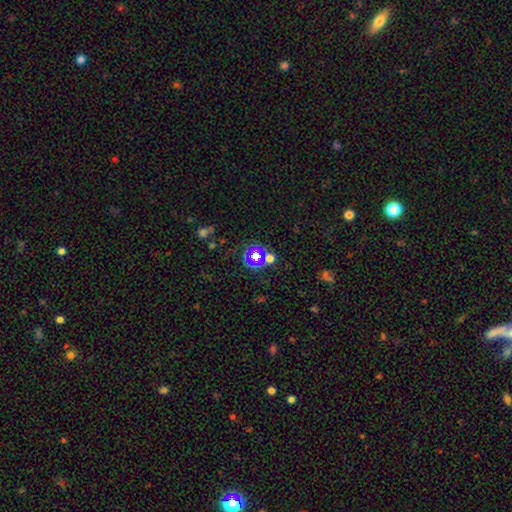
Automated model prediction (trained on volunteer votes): Overall: star or artifact (57%; smooth 32%).